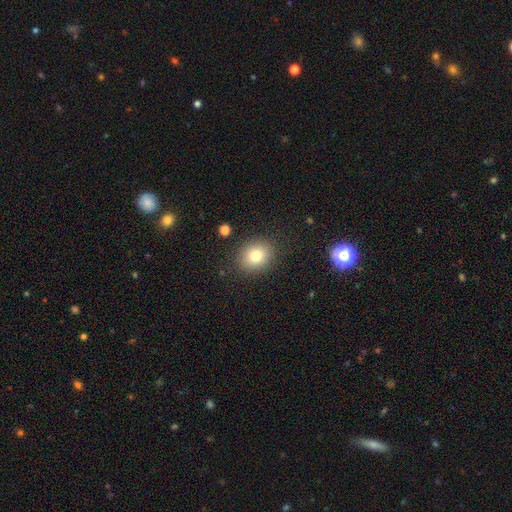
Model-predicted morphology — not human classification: smooth 79%, star or artifact 11%, featured or disk 10%. Down the decision tree: how rounded — round (60%); merging — none (86%).